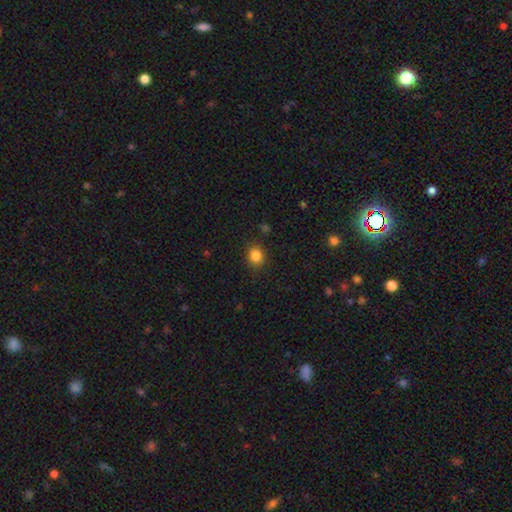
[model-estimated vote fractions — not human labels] Q: Smooth or featured?
A: smooth (84%); runner-up: star or artifact (12%)
Q: How rounded?
A: round (73%); runner-up: in between (26%)
Q: Merging?
A: none (86%); runner-up: minor disturbance (10%)